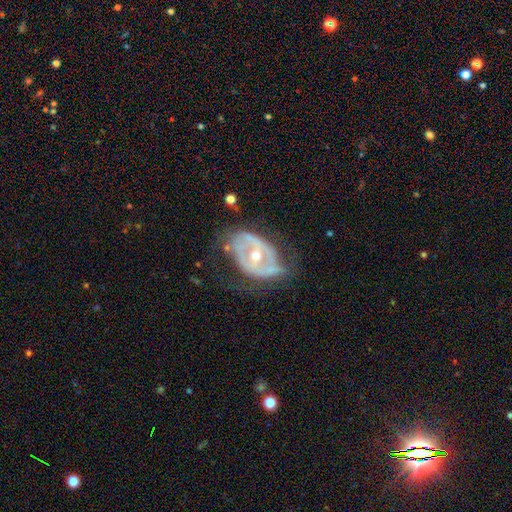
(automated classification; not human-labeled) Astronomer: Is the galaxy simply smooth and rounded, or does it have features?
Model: featured or disk — 79%.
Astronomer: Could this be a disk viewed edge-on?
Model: no — 93%.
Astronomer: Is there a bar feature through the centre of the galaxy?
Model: strong — 35%, tied with no at 35%.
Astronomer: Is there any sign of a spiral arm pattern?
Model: yes — 51% (runner-up: no, 49%).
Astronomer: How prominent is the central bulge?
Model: moderate — 52% (runner-up: small, 44%).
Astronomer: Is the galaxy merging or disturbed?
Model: none — 49% (runner-up: minor disturbance, 27%).